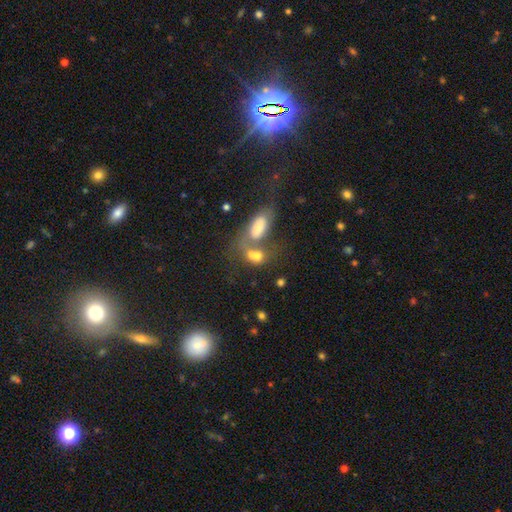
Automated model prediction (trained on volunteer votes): Overall: smooth (66%). How rounded: in between (69%). Merging: merger (60%; none 21%).